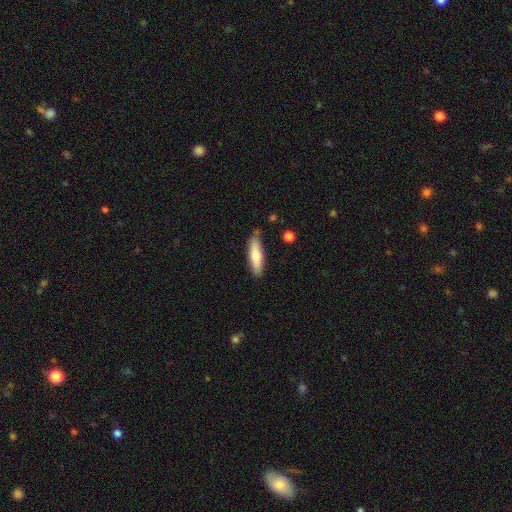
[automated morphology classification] This is likely a smooth galaxy (71%). How rounded: likely cigar-shaped (68%). Merging: clearly none (81%).